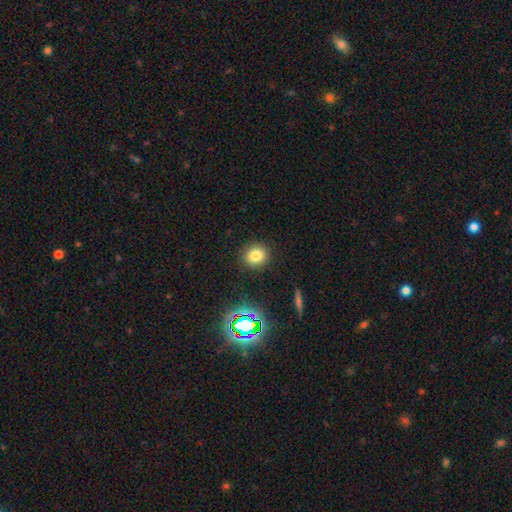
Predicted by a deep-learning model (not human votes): Smooth or featured? smooth (78%)
How rounded? round (81%)
Merging? none (90%)